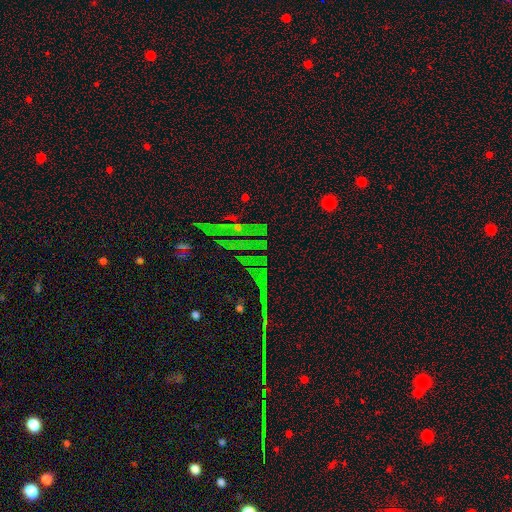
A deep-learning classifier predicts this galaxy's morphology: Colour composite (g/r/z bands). It shows a star or artifact, not a galaxy (81%).